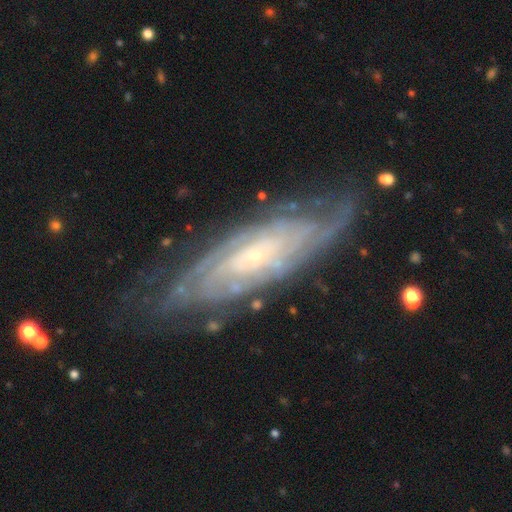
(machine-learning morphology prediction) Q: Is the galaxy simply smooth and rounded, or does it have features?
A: featured or disk — 84%.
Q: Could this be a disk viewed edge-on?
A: no — 85%.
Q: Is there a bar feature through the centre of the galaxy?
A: no — 68%.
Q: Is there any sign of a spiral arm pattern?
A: yes — 95%.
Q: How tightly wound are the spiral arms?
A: tight — 75%.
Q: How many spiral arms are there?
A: can't tell — 50%.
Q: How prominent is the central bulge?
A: small — 78%.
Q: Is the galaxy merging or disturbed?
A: none — 73%.